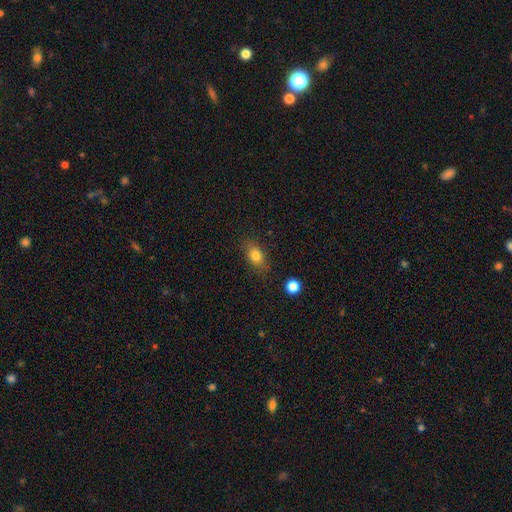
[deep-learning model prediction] smooth_or_featured: smooth (p=0.81) [alt: featured or disk p=0.10]
how_rounded: in between (p=0.75) [alt: round p=0.21]
merging: none (p=0.80) [alt: minor disturbance p=0.14]